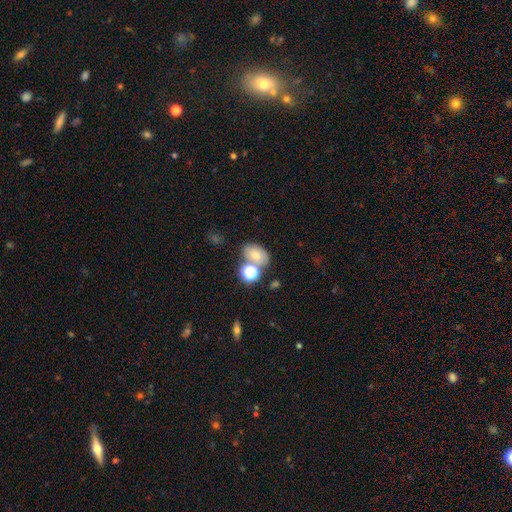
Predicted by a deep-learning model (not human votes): A smooth galaxy with no disk features (69%) that is in between round and cigar-shaped (72%).

Vote fractions:
- Smooth or featured? smooth: 69% / star or artifact: 16% / featured or disk: 15%
- How rounded? in between: 72% / round: 27% / cigar-shaped: 1%
- Merging? none: 54% / merger: 27% / minor disturbance: 13% / major disturbance: 6%